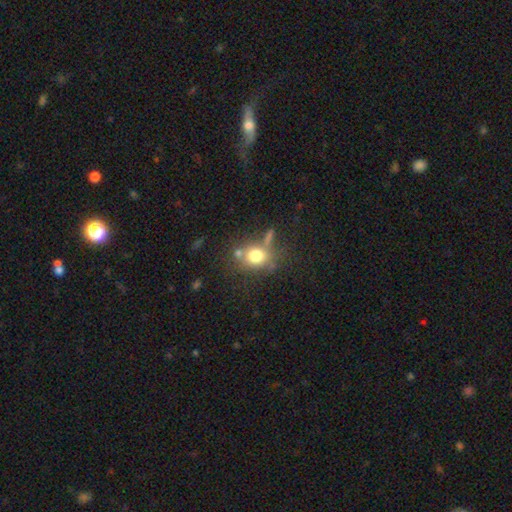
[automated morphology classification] This is likely a smooth galaxy (75%). How rounded: likely round (70%). Merging: likely none (61%).